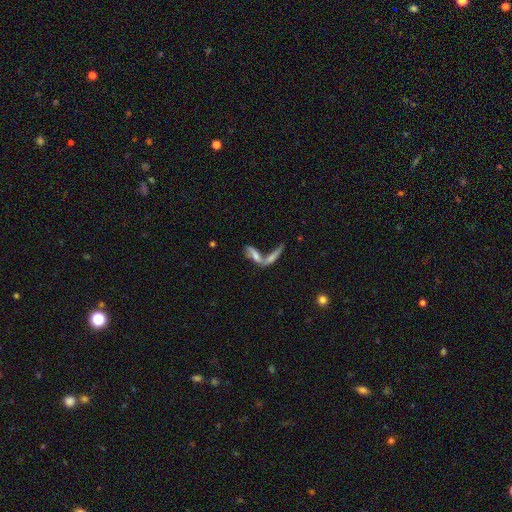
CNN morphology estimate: A smooth galaxy with no disk features (47%).

Vote fractions:
- Smooth or featured? smooth: 47% / featured or disk: 42% / star or artifact: 11%
- Merging? merger: 64% / none: 21% / major disturbance: 7% / minor disturbance: 7%